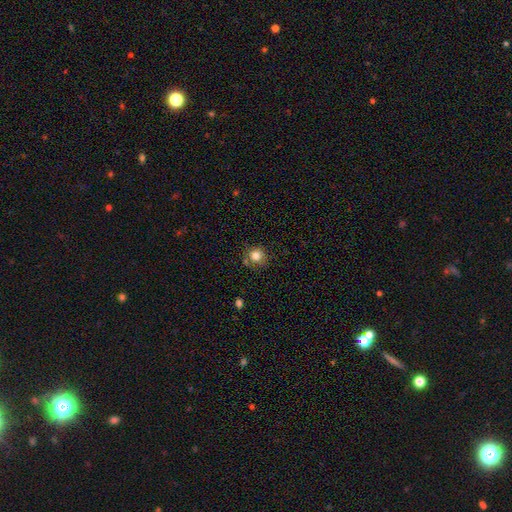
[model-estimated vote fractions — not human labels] This is clearly a smooth galaxy (82%). How rounded: clearly round (90%). Merging: likely none (76%).